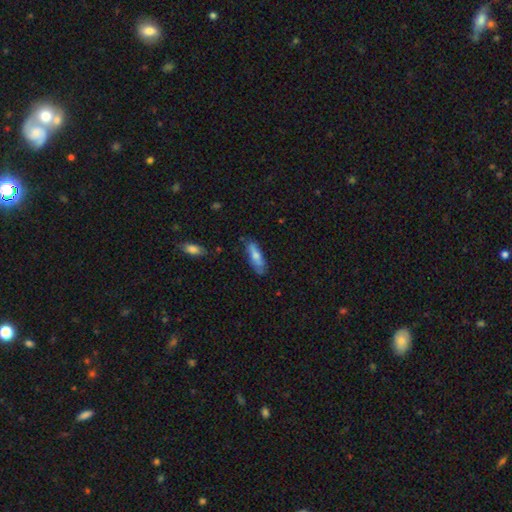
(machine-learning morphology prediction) Smooth or featured?
  - smooth: 66% *
  - featured or disk: 28%
  - star or artifact: 6%
How rounded?
  - cigar-shaped: 52% *
  - in between: 46%
  - round: 2%
Merging?
  - none: 69% *
  - minor disturbance: 23%
  - major disturbance: 5%
  - merger: 3%